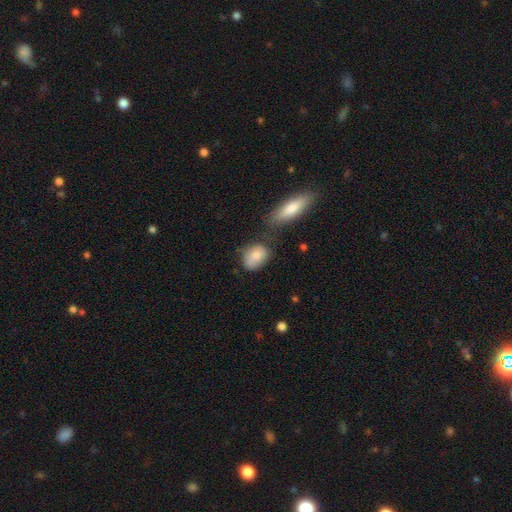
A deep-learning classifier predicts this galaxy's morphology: smooth 78%, featured or disk 14%, star or artifact 8%. Down the decision tree: how rounded — in between (67%); merging — none (53%).